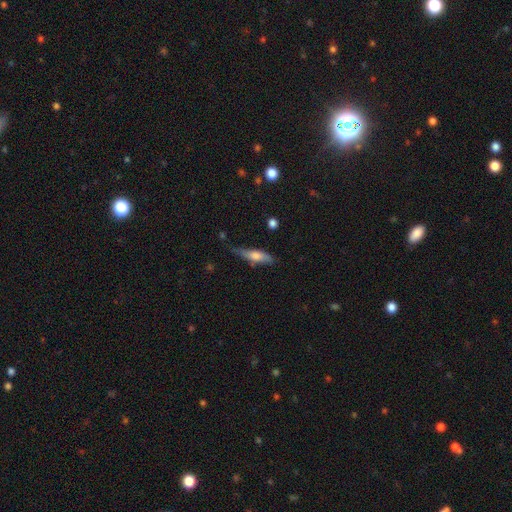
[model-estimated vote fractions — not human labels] The model was most divided on "merging": none: 57%, minor disturbance: 32%, major disturbance: 8%, merger: 3%. More confident: how rounded — cigar-shaped (62%); smooth or featured — smooth (61%).